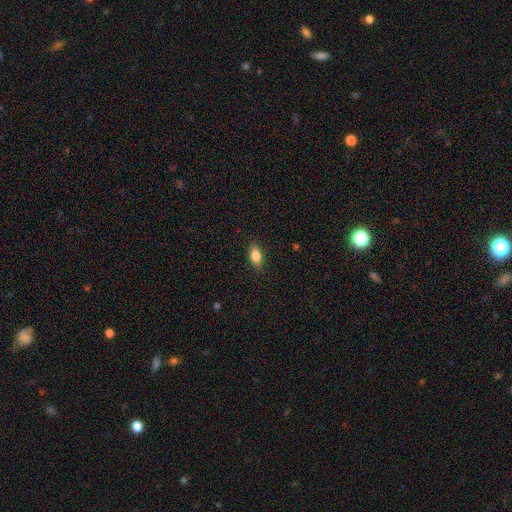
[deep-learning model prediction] Smooth or featured?
  - smooth: 84% *
  - featured or disk: 9%
  - star or artifact: 8%
How rounded?
  - in between: 87% *
  - cigar-shaped: 7%
  - round: 6%
Merging?
  - none: 87% *
  - minor disturbance: 10%
  - major disturbance: 2%
  - merger: 1%